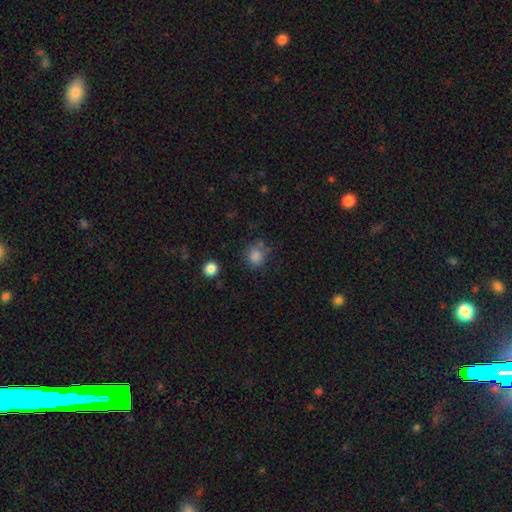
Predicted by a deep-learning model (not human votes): This appears to be a smooth galaxy with no disk features (83%) that is round (80%). Merging: none (71%).